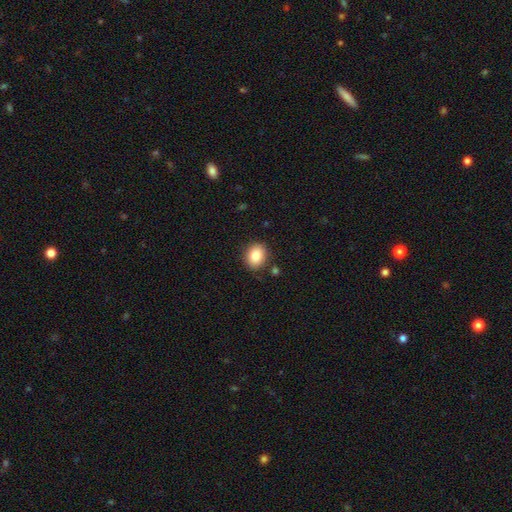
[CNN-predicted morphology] A smooth galaxy with no disk features (85%) that is round (58%).

Vote fractions:
- Smooth or featured? smooth: 85% / star or artifact: 8% / featured or disk: 7%
- How rounded? round: 58% / in between: 42% / cigar-shaped: 1%
- Merging? none: 85% / minor disturbance: 10% / merger: 3% / major disturbance: 3%